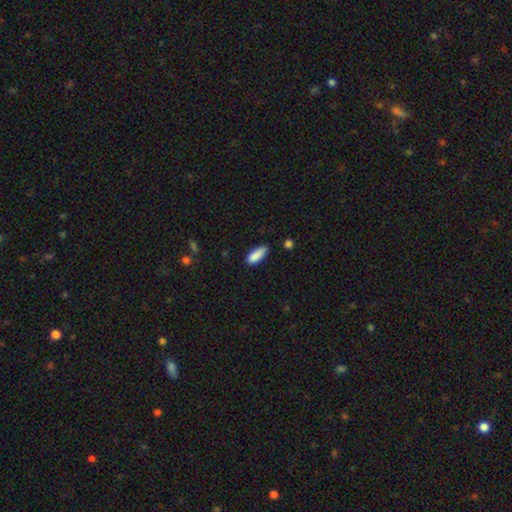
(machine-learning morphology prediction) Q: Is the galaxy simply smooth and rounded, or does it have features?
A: smooth — 88%.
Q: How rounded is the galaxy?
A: in between — 70%.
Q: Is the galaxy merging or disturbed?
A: none — 67%.